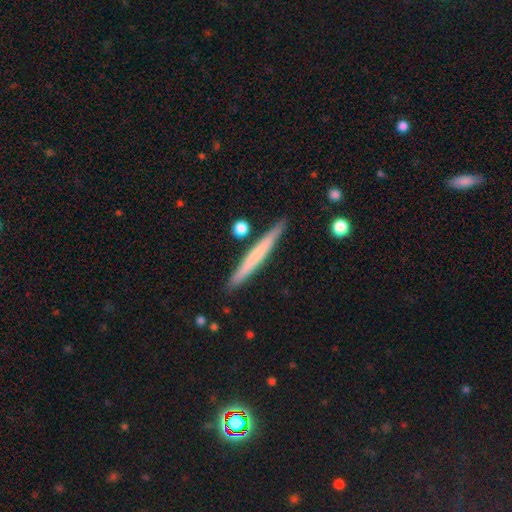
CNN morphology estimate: Overall: smooth (54%; featured or disk 40%). How rounded: cigar-shaped (97%). Merging: none (88%).